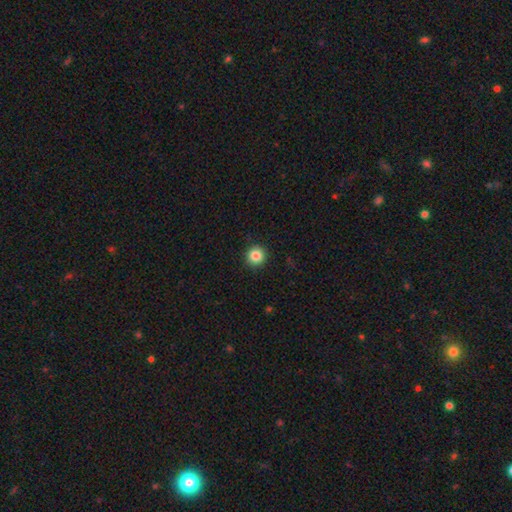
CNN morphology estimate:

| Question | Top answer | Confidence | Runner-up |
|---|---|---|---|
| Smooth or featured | smooth | 85% | star or artifact (10%) |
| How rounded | round | 94% | in between (5%) |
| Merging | none | 92% | minor disturbance (5%) |